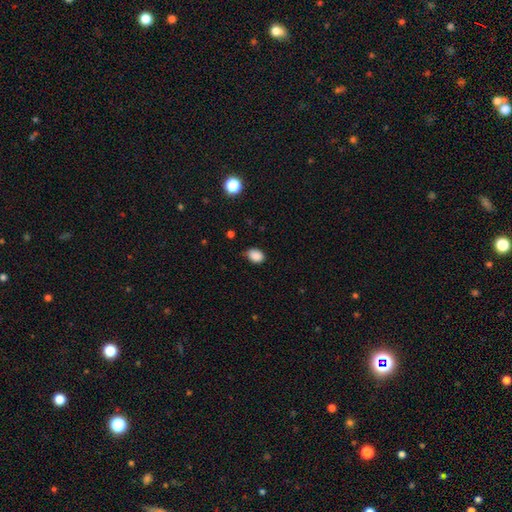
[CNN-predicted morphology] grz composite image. It shows a smooth galaxy with no disk features (87%) that is in between round and cigar-shaped (64%). Merging: none (68%).